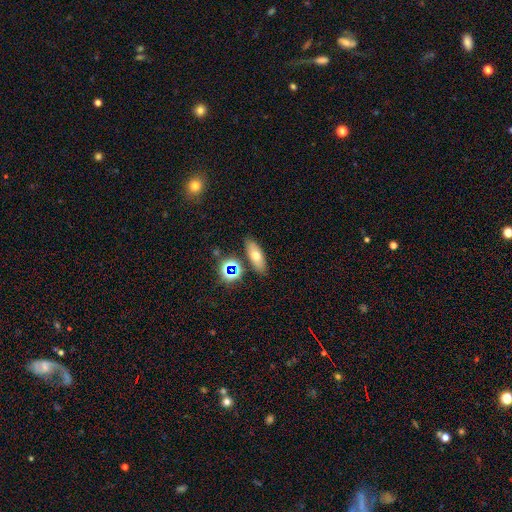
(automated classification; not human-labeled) smooth_or_featured: smooth (p=0.61) [alt: featured or disk p=0.24]
how_rounded: in between (p=0.69) [alt: cigar-shaped p=0.23]
merging: none (p=0.81) [alt: minor disturbance p=0.10]